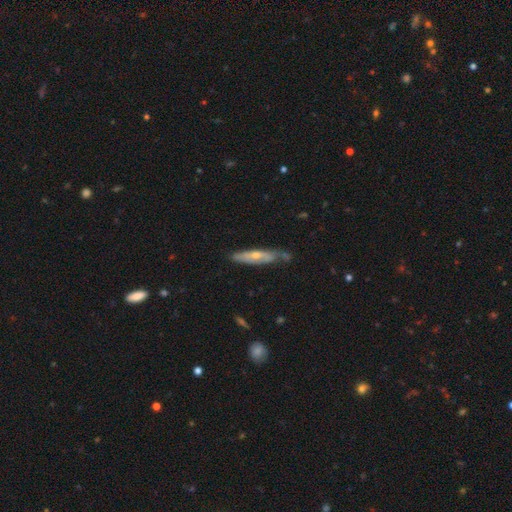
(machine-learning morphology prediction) A featured or disk galaxy (56%) viewed edge-on (59%).

Vote fractions:
- Smooth or featured? featured or disk: 56% / smooth: 38% / star or artifact: 6%
- Edge-on disk? yes: 59% / no: 41%
- Merging? none: 59% / minor disturbance: 29% / major disturbance: 7% / merger: 6%